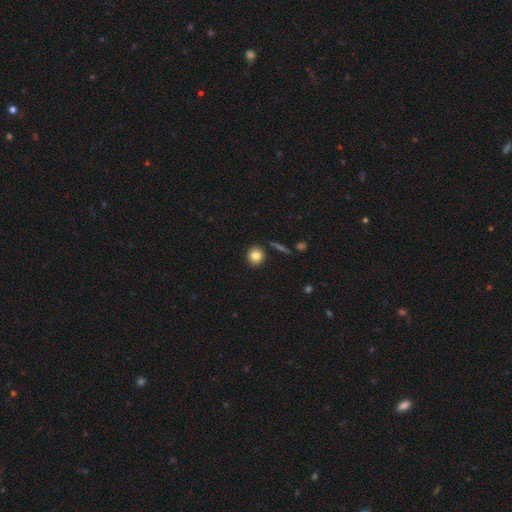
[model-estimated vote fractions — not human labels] smooth 81%, star or artifact 10%, featured or disk 9%. Down the decision tree: how rounded — round (86%); merging — none (88%).